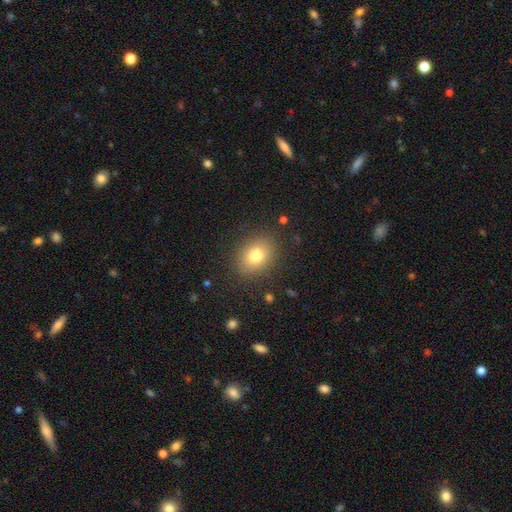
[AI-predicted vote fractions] smooth-or-featured: smooth: 79% | star or artifact: 11% | featured or disk: 10%
  how-rounded: in between: 58% | round: 41% | cigar-shaped: 1%
  merging: none: 86% | minor disturbance: 9% | major disturbance: 4% | merger: 1%